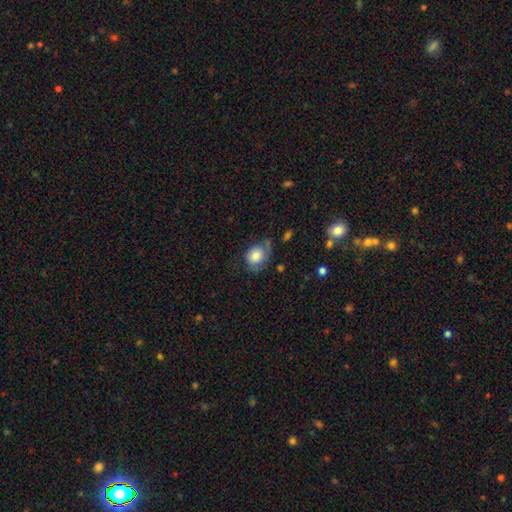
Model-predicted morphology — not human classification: A smooth galaxy with no disk features (81%) that is round (58%).

Vote fractions:
- Smooth or featured? smooth: 81% / featured or disk: 11% / star or artifact: 8%
- How rounded? round: 58% / in between: 41% / cigar-shaped: 1%
- Merging? none: 48% / minor disturbance: 34% / major disturbance: 13% / merger: 5%